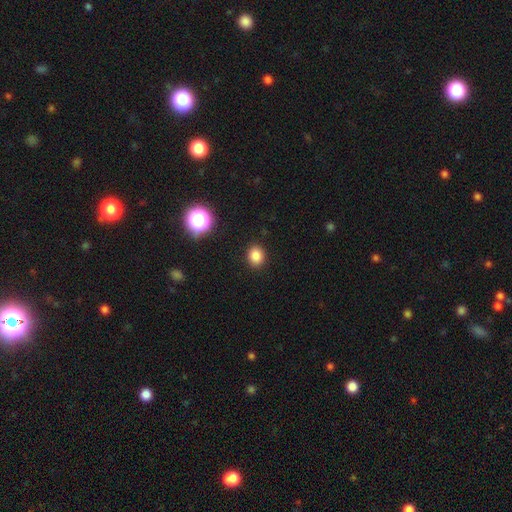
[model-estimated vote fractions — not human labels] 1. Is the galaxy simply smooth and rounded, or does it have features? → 83% smooth, 12% star or artifact, 4% featured or disk.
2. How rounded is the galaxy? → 63% round, 36% in between, 1% cigar-shaped.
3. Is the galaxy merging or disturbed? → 90% none, 6% minor disturbance, 2% major disturbance, 1% merger.